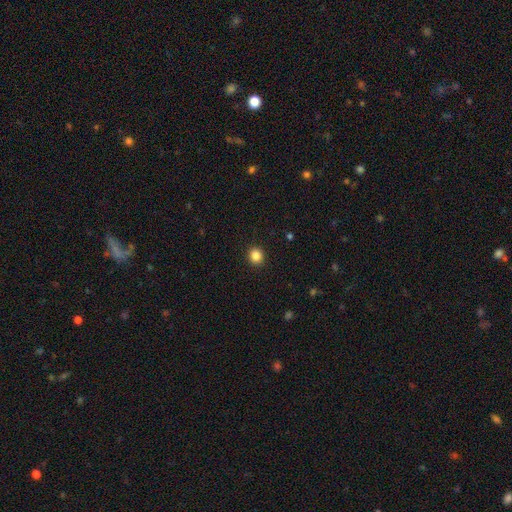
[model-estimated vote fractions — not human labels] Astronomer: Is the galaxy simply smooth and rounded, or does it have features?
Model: smooth — 85%.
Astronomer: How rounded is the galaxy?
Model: round — 85%.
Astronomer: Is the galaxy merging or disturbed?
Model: none — 92%.